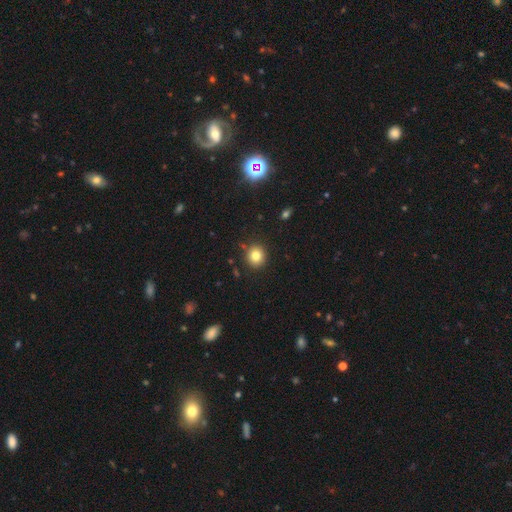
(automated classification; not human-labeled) A smooth galaxy with no disk features (80%) that is round (87%). Merging: none (89%).